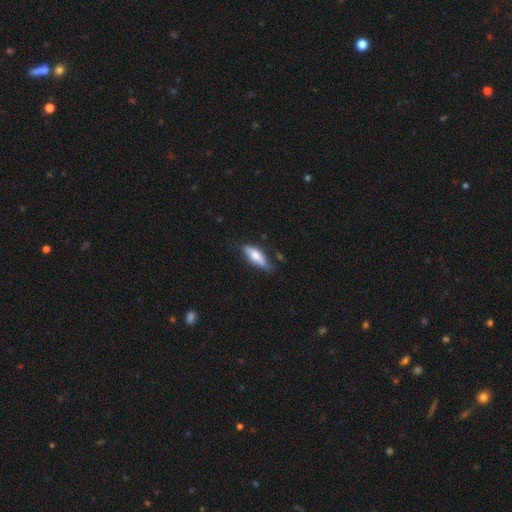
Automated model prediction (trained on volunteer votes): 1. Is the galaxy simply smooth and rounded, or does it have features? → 70% smooth, 24% featured or disk, 6% star or artifact.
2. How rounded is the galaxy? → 53% in between, 45% cigar-shaped, 2% round.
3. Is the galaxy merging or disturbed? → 66% none, 27% minor disturbance, 5% major disturbance, 3% merger.